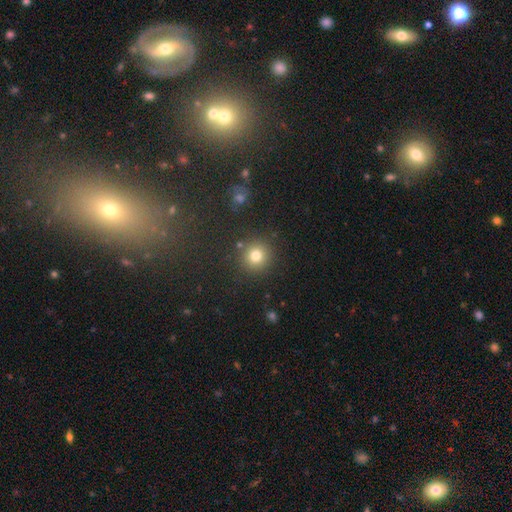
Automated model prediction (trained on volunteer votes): smooth 78%, star or artifact 15%, featured or disk 7%. Down the decision tree: how rounded — round (93%); merging — none (87%).